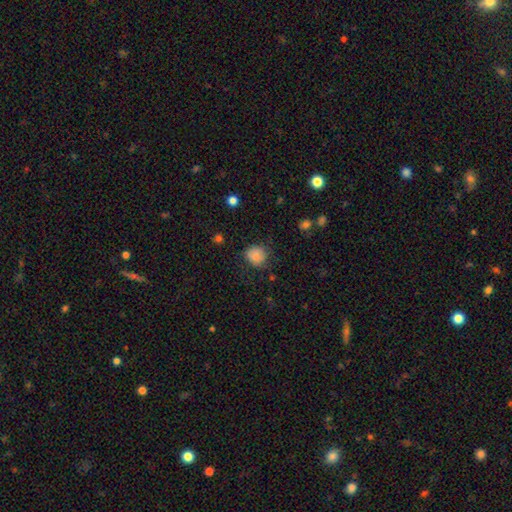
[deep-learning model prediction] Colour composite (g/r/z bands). It shows a smooth galaxy with no disk features (83%) that is round (77%). Merging: none (68%).